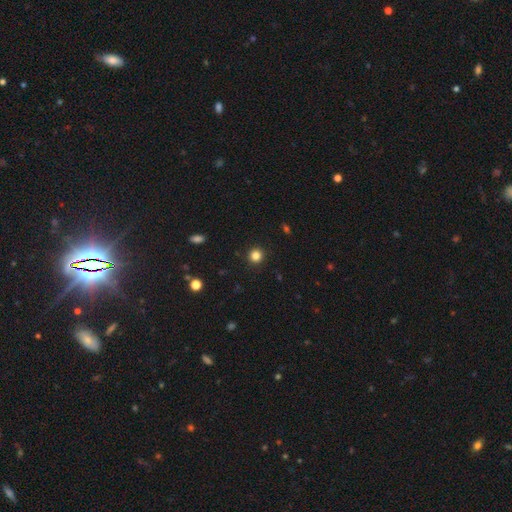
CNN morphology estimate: type=smooth (83%); roundness=round (94%); merging=none (93%).